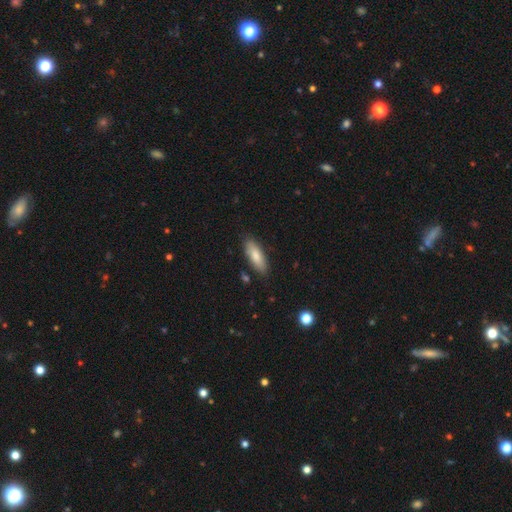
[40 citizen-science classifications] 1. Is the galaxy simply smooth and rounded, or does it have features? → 80% smooth, 10% featured or disk, 10% star or artifact.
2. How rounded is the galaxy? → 56% in between, 41% cigar-shaped, 3% round.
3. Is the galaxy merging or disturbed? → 86% none, 6% minor disturbance, 6% major disturbance, 3% merger.